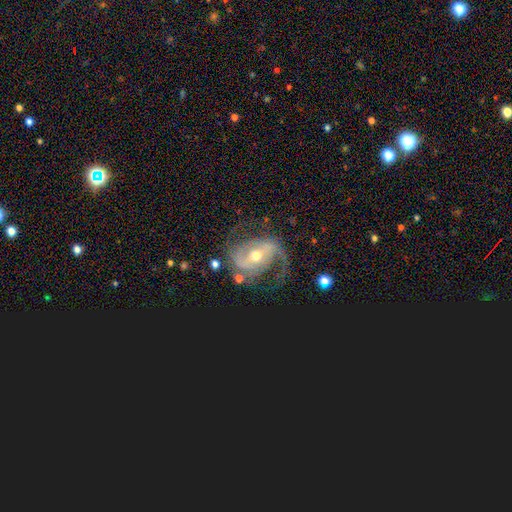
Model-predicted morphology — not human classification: smooth-or-featured: featured or disk: 88% | star or artifact: 7% | smooth: 6%
  disk-edge-on: no: 97% | yes: 3%
    bar: weak: 38% | strong: 34% | no: 27%
    has-spiral-arms: yes: 96% | no: 4%
      spiral-winding: medium: 50% | loose: 34% | tight: 17%
      spiral-arm-count: 2: 85% | 1: 5% | can't tell: 4% | 3: 3% | 4: 1% | more than 4: 1%
    bulge-size: moderate: 58% | small: 37% | large: 3% | none: 1% | dominant: 1%
  merging: none: 65% | minor disturbance: 17% | major disturbance: 15% | merger: 3%